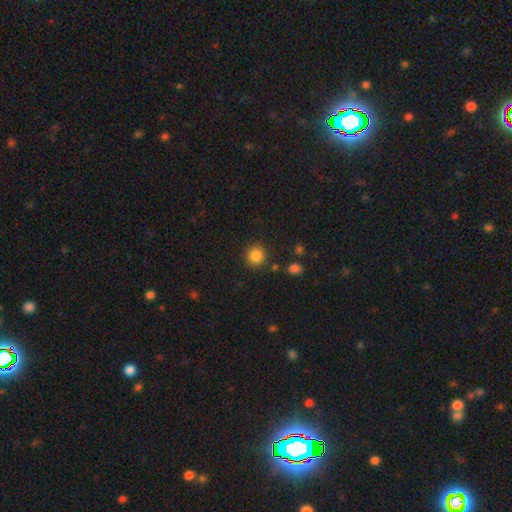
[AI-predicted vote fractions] Overall: smooth (86%). How rounded: round (91%). Merging: none (86%).